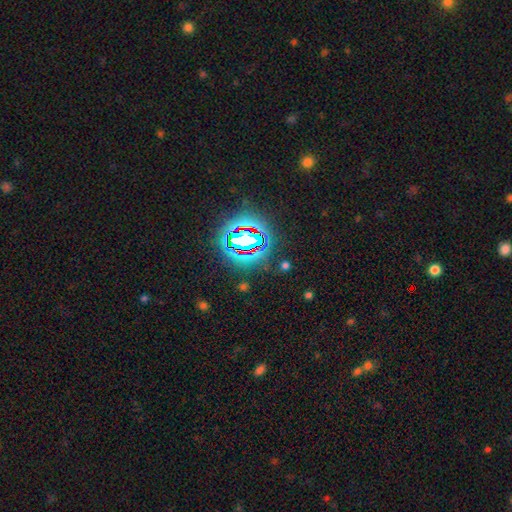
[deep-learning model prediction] A star or artifact, not a galaxy (83%).